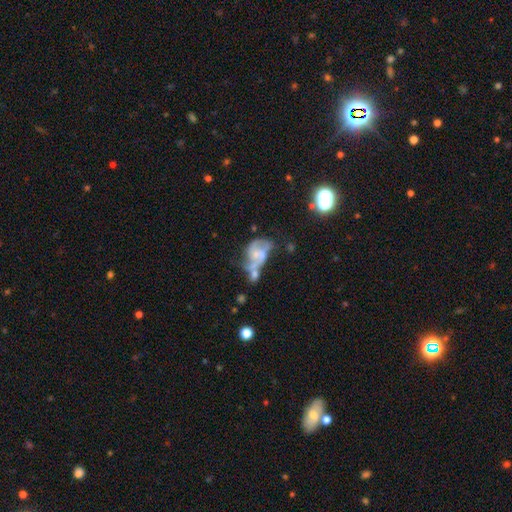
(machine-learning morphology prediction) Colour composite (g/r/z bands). It shows a featured or disk galaxy (69%) with no bar (65%), spiral arms (70%) and a small central bulge (45%). Merging: merger (36%).